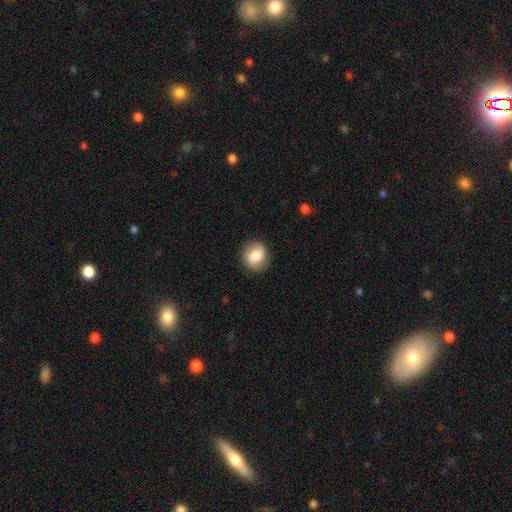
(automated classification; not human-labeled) The model was most divided on "how rounded": round: 67%, in between: 32%, cigar-shaped: 1%. More confident: merging — none (84%); smooth or featured — smooth (76%).